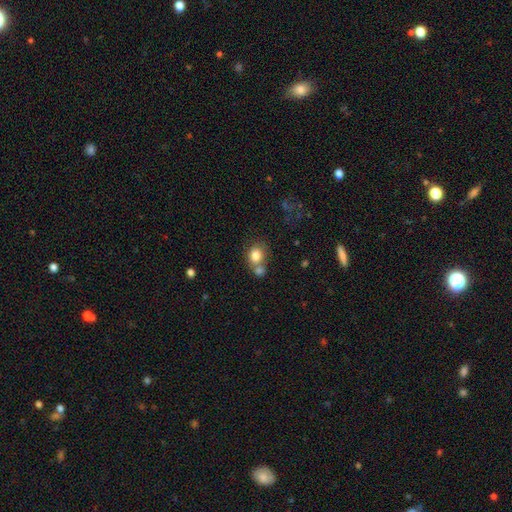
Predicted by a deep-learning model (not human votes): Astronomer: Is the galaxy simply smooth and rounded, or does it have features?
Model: smooth — 80%.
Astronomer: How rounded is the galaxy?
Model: round — 69%.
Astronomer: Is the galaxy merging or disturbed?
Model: none — 45% (runner-up: merger, 40%).